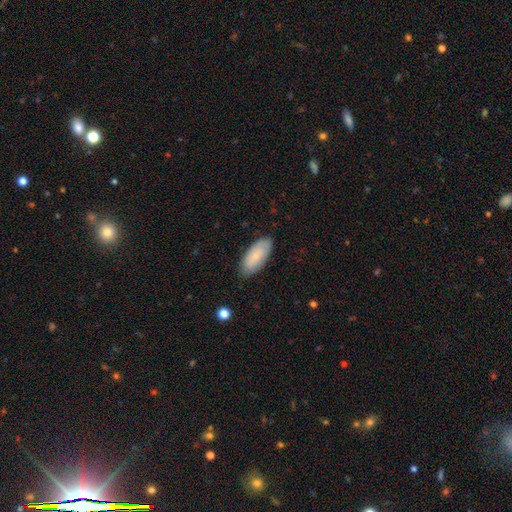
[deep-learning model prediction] This is likely a smooth galaxy (79%). How rounded: clearly in between (89%). Merging: clearly none (81%).